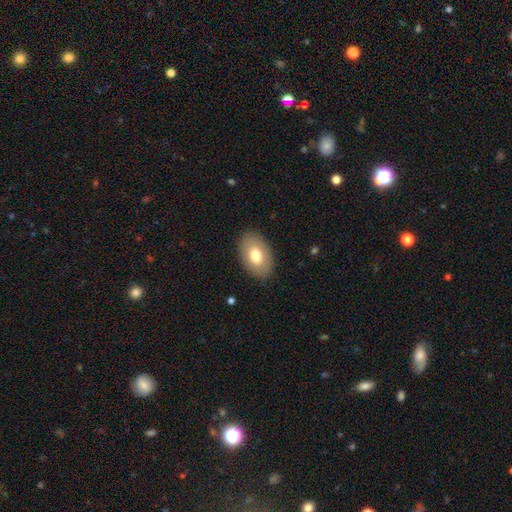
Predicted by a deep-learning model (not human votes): Overall: smooth (75%). How rounded: in between (90%). Merging: none (88%).